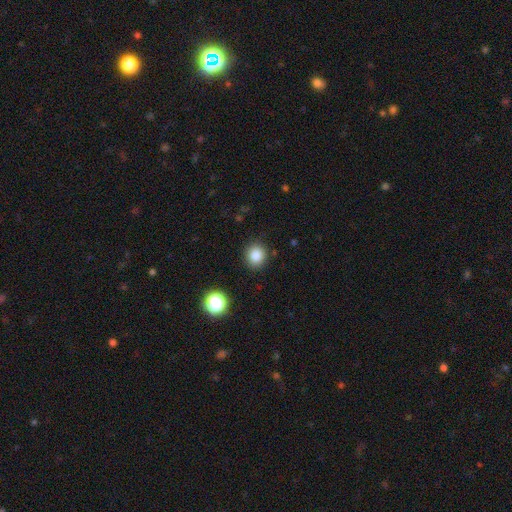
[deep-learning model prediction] This appears to be a smooth galaxy with no disk features (83%) that is round (85%). Merging: none (89%).